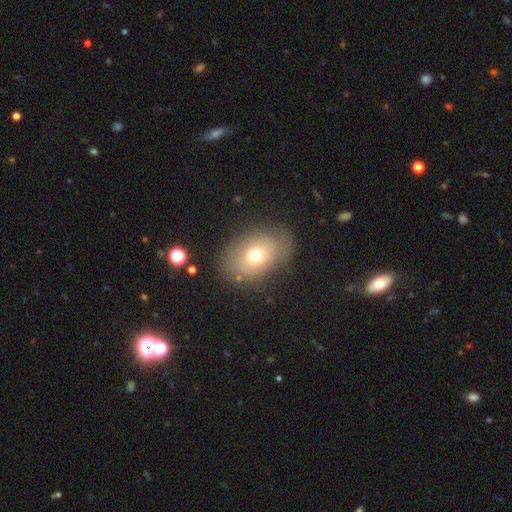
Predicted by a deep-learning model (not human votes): smooth-or-featured: smooth: 69% | featured or disk: 19% | star or artifact: 12%
  how-rounded: in between: 75% | round: 23% | cigar-shaped: 1%
  merging: none: 77% | minor disturbance: 15% | major disturbance: 6% | merger: 2%